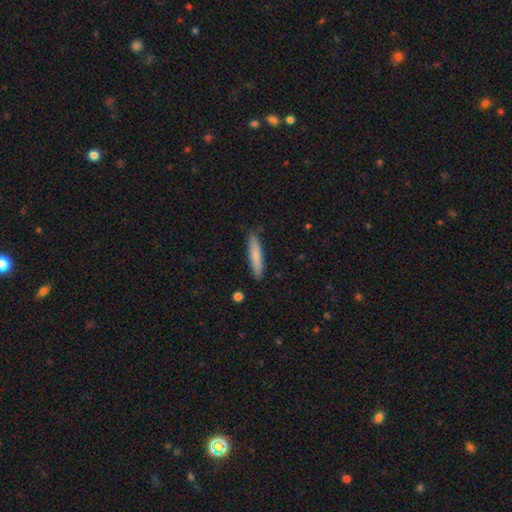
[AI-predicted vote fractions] smooth_or_featured: smooth (p=0.77) [alt: featured or disk p=0.17]
how_rounded: cigar-shaped (p=0.86) [alt: in between p=0.13]
merging: none (p=0.86) [alt: minor disturbance p=0.10]